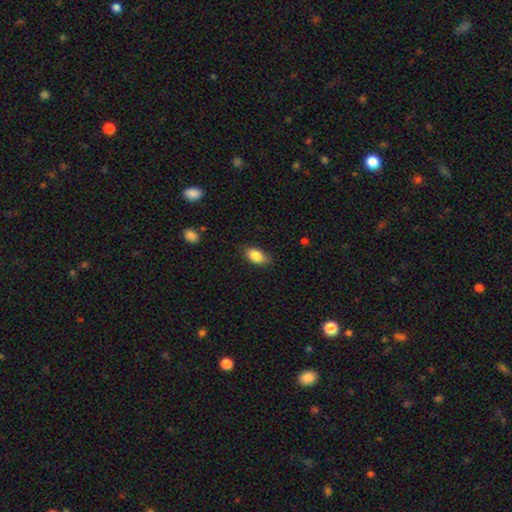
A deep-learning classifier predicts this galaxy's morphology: Smooth or featured: smooth — 86% (star or artifact — 7%)
How rounded: in between — 89% (round — 7%)
Merging: none — 75% (minor disturbance — 21%)